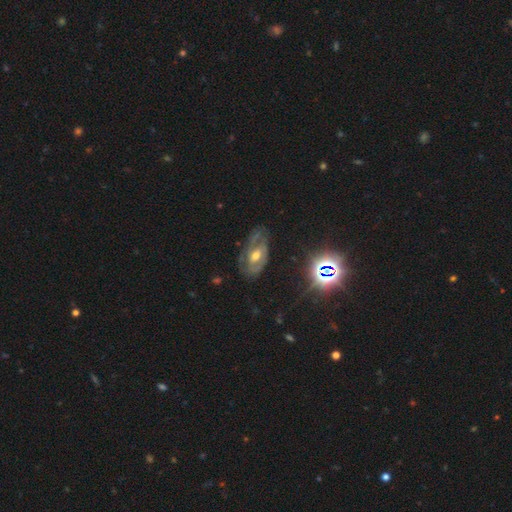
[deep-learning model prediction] Smooth or featured? featured or disk (72%)
Edge-on disk? no (93%)
Bar? no (44%)
Spiral arms? yes (74%)
Bulge size? moderate (67%)
Merging? none (67%)